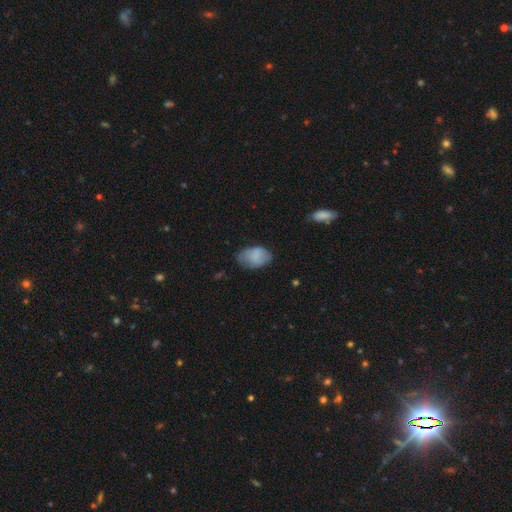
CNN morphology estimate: Smooth or featured? Predicted: smooth (p=0.77). How rounded? Predicted: in between (p=0.89). Merging? Predicted: none (p=0.59).